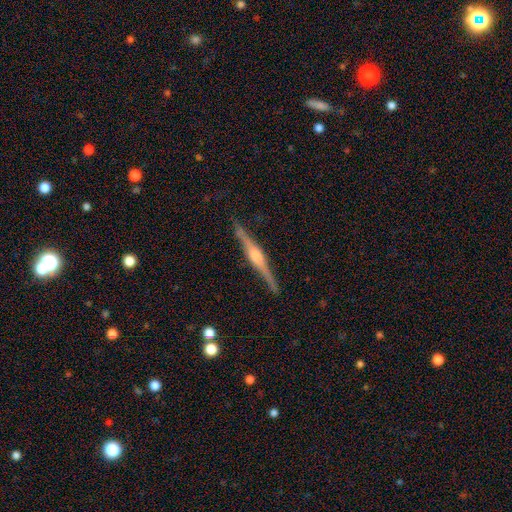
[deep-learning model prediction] The model was most divided on "edge-on bulge": rounded: 81%, boxy: 14%, none: 5%. More confident: edge-on disk — yes (98%); merging — none (90%); smooth or featured — featured or disk (86%).